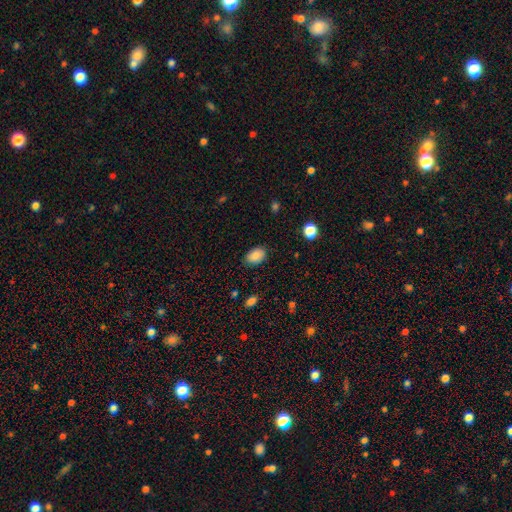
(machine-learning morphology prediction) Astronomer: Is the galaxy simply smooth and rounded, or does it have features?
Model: smooth — 88%.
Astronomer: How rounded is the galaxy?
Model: in between — 85%.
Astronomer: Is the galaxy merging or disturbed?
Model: none — 84%.